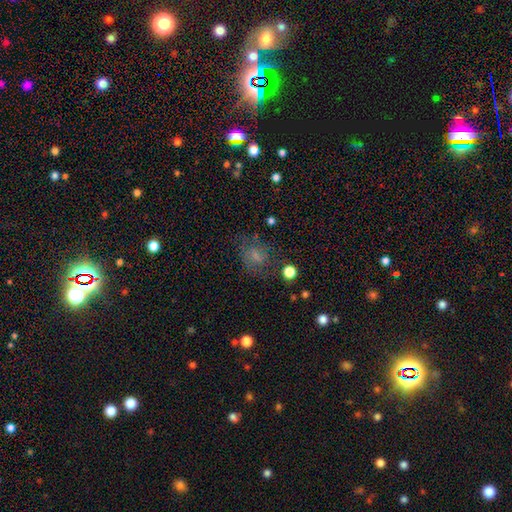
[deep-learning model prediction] Smooth or featured: smooth — 56% (featured or disk — 26%)
How rounded: in between — 50% (round — 48%)
Merging: none — 60% (minor disturbance — 20%)